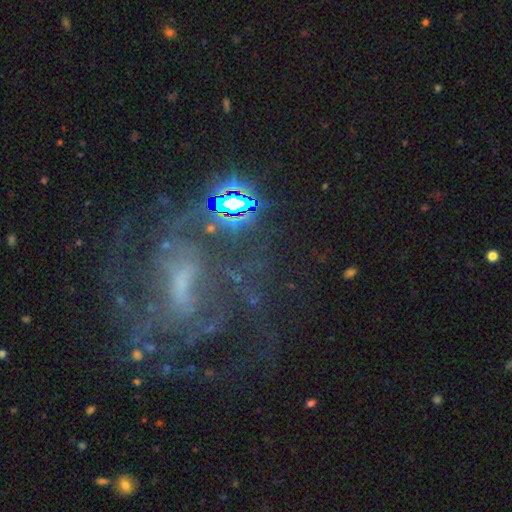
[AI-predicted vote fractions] A featured or disk galaxy (72%) with a weak bar (43%), medium (41%) spiral arms (81%) and a small central bulge (38%).

Vote fractions:
- Smooth or featured? featured or disk: 72% / star or artifact: 18% / smooth: 9%
- Edge-on disk? no: 96% / yes: 4%
- Bar? weak: 43% / strong: 29% / no: 28%
- Spiral arms? yes: 81% / no: 19%
- Spiral winding? medium: 41% / tight: 40% / loose: 19%
- Spiral arm count? can't tell: 45% / 2: 23% / 3: 12% / 4: 8% / 1: 7% / more than 4: 6%
- Bulge size? small: 38% / moderate: 28% / none: 27% / large: 5% / dominant: 2%
- Merging? none: 56% / major disturbance: 23% / minor disturbance: 16% / merger: 5%